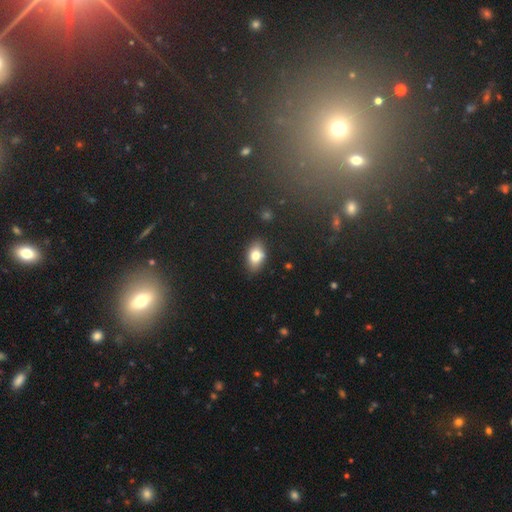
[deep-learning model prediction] Smooth or featured? Predicted: smooth (p=0.79). How rounded? Predicted: in between (p=0.88). Merging? Predicted: none (p=0.84).